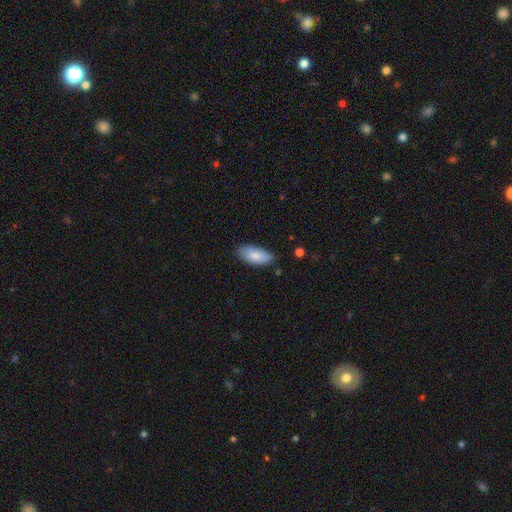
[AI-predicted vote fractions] smooth-or-featured: smooth: 85% | featured or disk: 9% | star or artifact: 6%
  how-rounded: in between: 88% | cigar-shaped: 10% | round: 2%
  merging: none: 77% | minor disturbance: 19% | major disturbance: 3% | merger: 2%